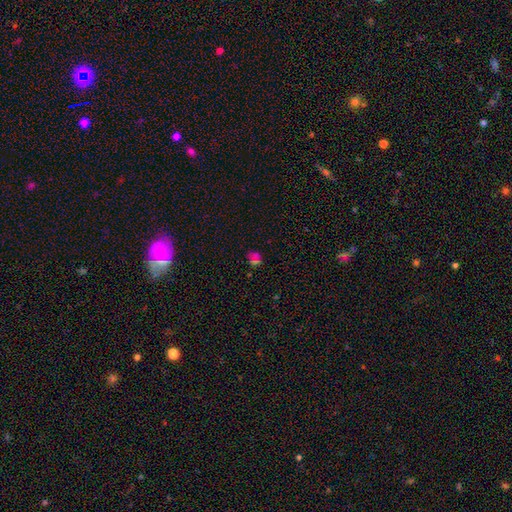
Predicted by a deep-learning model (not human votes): Smooth or featured: smooth — 45% (star or artifact — 43%)
Merging: none — 64% (merger — 15%)